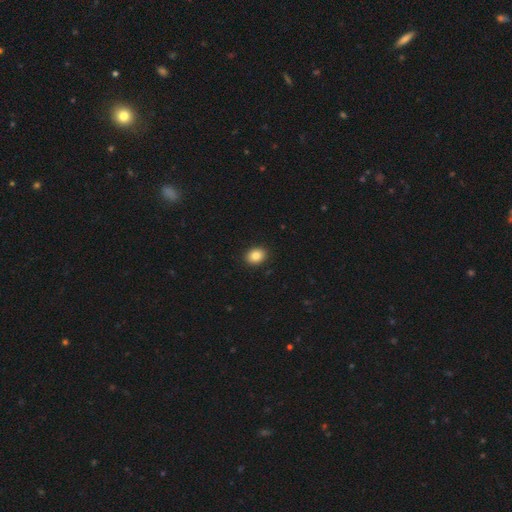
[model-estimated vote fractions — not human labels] smooth 85%, star or artifact 9%, featured or disk 6%. Down the decision tree: how rounded — in between (57%); merging — none (91%).